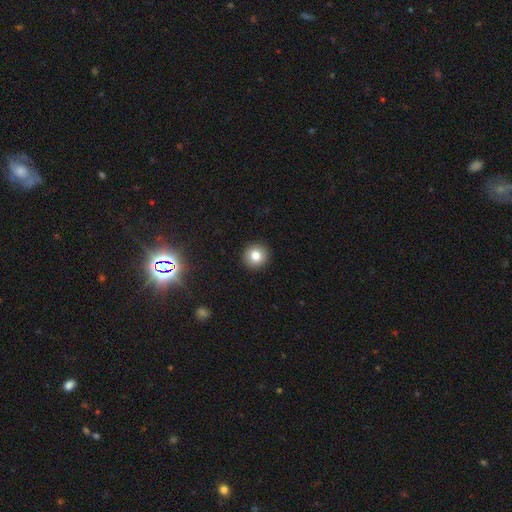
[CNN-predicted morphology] A smooth galaxy with no disk features (81%) that is round (93%).

Vote fractions:
- Smooth or featured? smooth: 81% / star or artifact: 11% / featured or disk: 9%
- How rounded? round: 93% / in between: 6% / cigar-shaped: 1%
- Merging? none: 93% / minor disturbance: 5% / major disturbance: 2% / merger: 1%